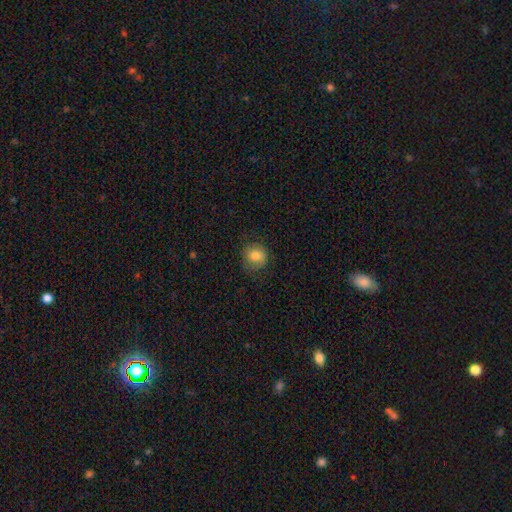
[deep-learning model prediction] smooth-or-featured: smooth: 76% | featured or disk: 15% | star or artifact: 9%
  how-rounded: round: 78% | in between: 21% | cigar-shaped: 1%
  merging: none: 75% | minor disturbance: 17% | major disturbance: 6% | merger: 1%